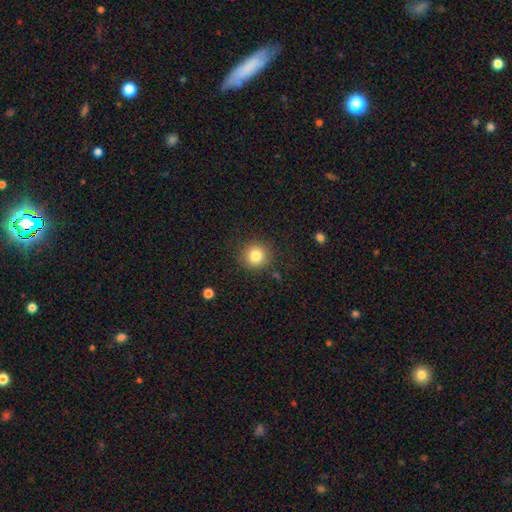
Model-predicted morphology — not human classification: type=smooth (83%); roundness=round (93%); merging=none (88%).